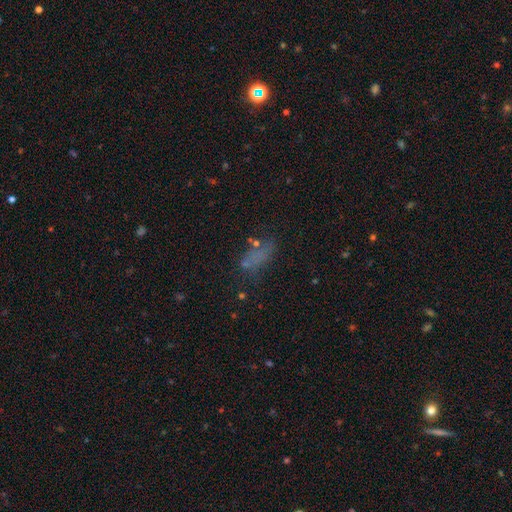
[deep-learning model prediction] Q: Smooth or featured?
A: smooth (52%); runner-up: star or artifact (28%)
Q: How rounded?
A: in between (71%); runner-up: cigar-shaped (20%)
Q: Merging?
A: none (54%); runner-up: minor disturbance (19%)